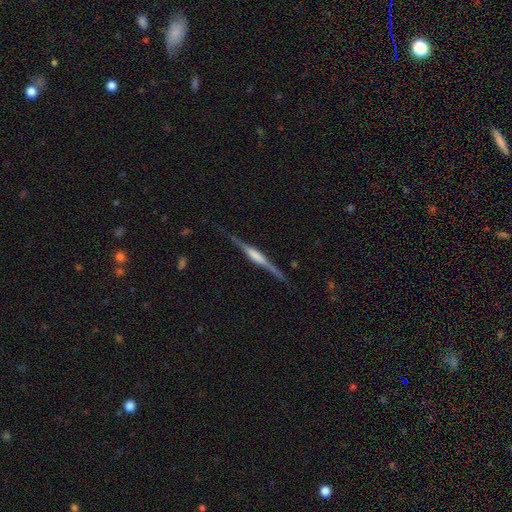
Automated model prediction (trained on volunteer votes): Smooth or featured?
  - featured or disk: 81% *
  - smooth: 13%
  - star or artifact: 6%
Edge-on disk?
  - yes: 98% *
  - no: 2%
Edge-on bulge?
  - rounded: 44% *
  - boxy: 41%
  - none: 15%
Merging?
  - none: 86% *
  - minor disturbance: 10%
  - major disturbance: 3%
  - merger: 1%